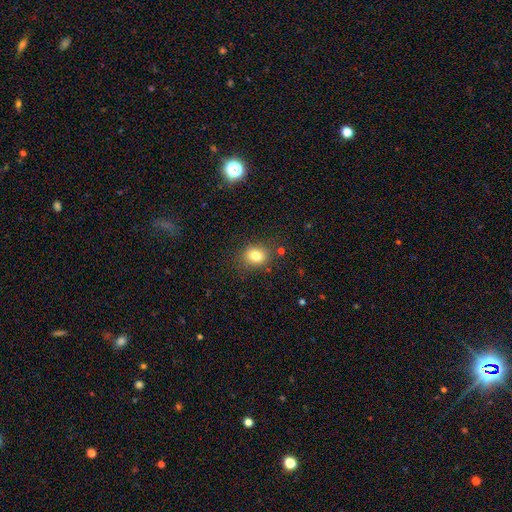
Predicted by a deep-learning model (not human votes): A smooth galaxy with no disk features (80%) that is round (57%). Merging: none (82%).